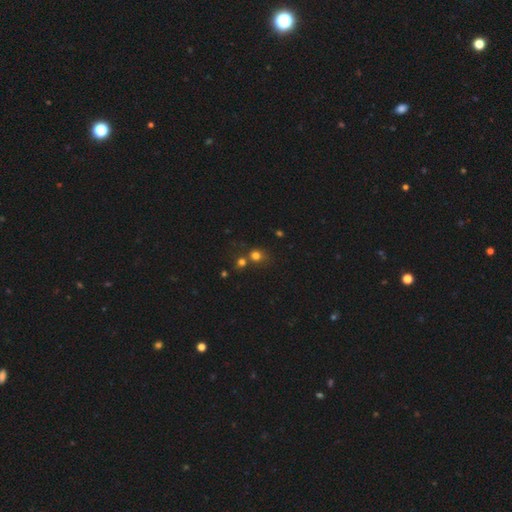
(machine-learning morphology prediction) A smooth galaxy with no disk features (73%) that is round (81%). Merging: none (56%).